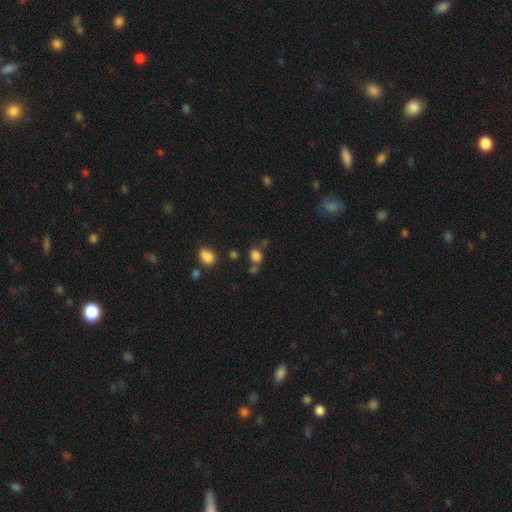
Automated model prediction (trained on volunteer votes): Morphology: type=smooth (80%); roundness=in between (58%); merging=none (59%).